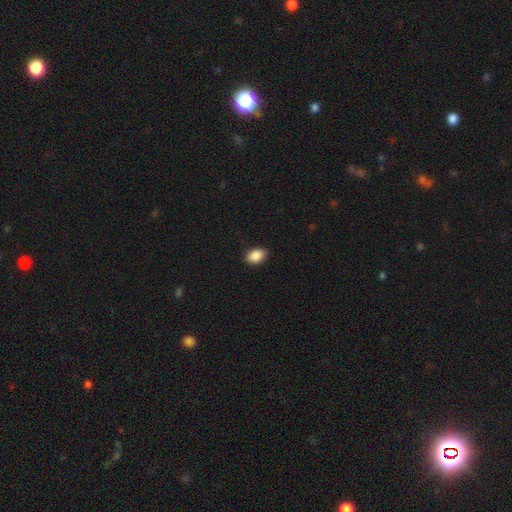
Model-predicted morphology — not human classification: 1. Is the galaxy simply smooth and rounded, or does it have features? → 88% smooth, 8% star or artifact, 4% featured or disk.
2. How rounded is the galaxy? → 83% in between, 16% round, 1% cigar-shaped.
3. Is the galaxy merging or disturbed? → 87% none, 10% minor disturbance, 2% major disturbance, 1% merger.